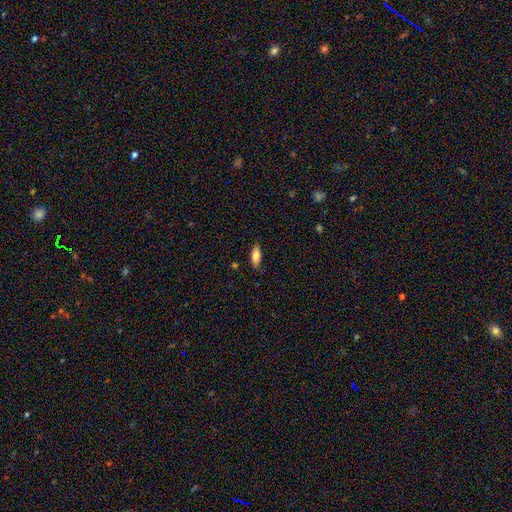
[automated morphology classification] This appears to be a smooth galaxy with no disk features (72%) that is in between round and cigar-shaped (71%). Merging: none (85%).